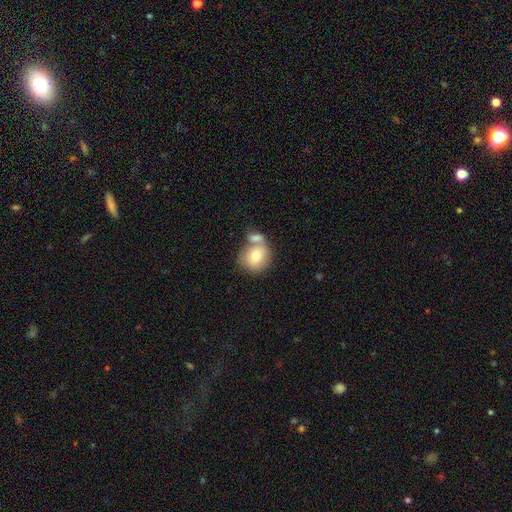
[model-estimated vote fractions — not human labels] Smooth or featured?
  - smooth: 74% *
  - featured or disk: 18%
  - star or artifact: 7%
How rounded?
  - round: 75% *
  - in between: 24%
  - cigar-shaped: 1%
Merging?
  - merger: 47% *
  - none: 37%
  - minor disturbance: 11%
  - major disturbance: 5%